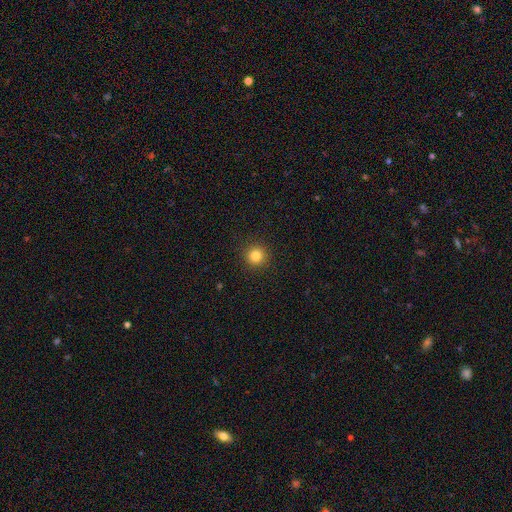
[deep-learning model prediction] Smooth or featured: smooth — 82% (star or artifact — 13%)
How rounded: round — 96% (in between — 3%)
Merging: none — 93% (minor disturbance — 5%)